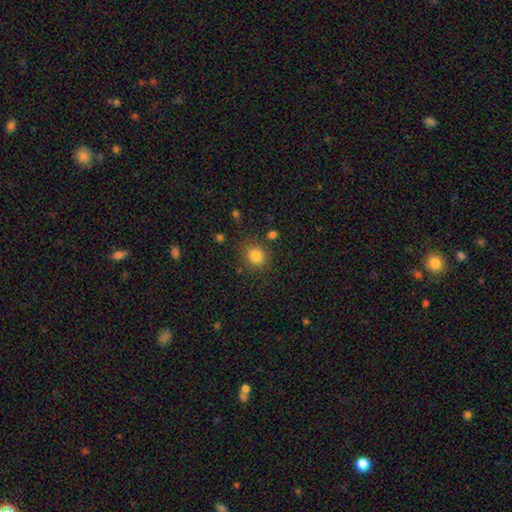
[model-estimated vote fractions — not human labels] smooth-or-featured: smooth: 83% | star or artifact: 11% | featured or disk: 6%
  how-rounded: round: 76% | in between: 23% | cigar-shaped: 1%
  merging: none: 81% | minor disturbance: 11% | merger: 4% | major disturbance: 4%